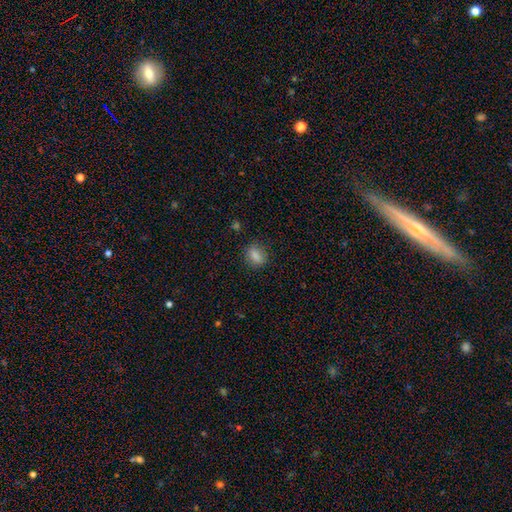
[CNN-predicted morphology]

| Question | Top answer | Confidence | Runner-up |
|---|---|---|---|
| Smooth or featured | smooth | 83% | star or artifact (10%) |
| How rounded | in between | 66% | round (29%) |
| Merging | none | 83% | minor disturbance (12%) |